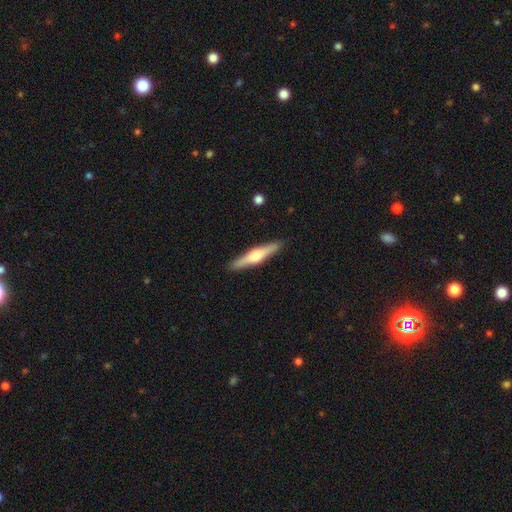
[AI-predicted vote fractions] Smooth or featured: featured or disk — 62% (smooth — 33%)
Edge-on disk: yes — 97% (no — 3%)
Edge-on bulge: rounded — 92% (boxy — 5%)
Merging: none — 91% (minor disturbance — 7%)